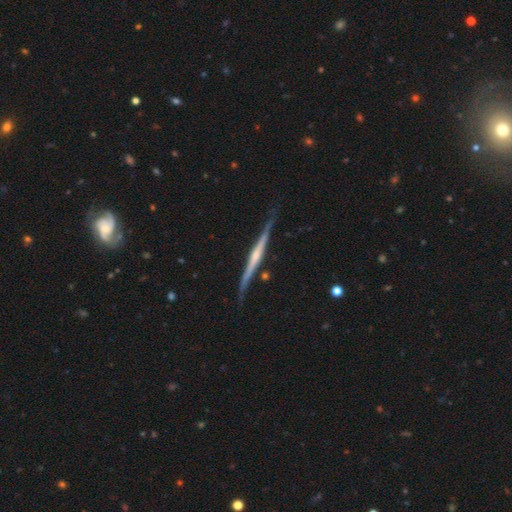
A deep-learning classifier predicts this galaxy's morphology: This appears to be a featured or disk galaxy (79%) viewed edge-on (98%) with a rounded central bulge (57%). Merging: none (82%).